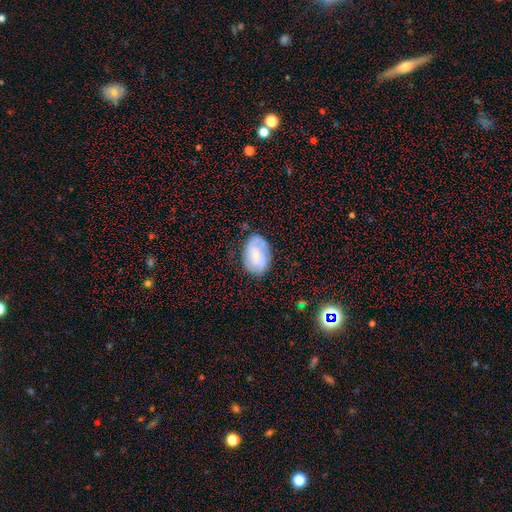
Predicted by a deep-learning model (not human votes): Smooth or featured: featured or disk — 59% (smooth — 34%)
Edge-on disk: no — 97% (yes — 3%)
Bar: no — 57% (weak — 35%)
Spiral arms: yes — 83% (no — 17%)
Bulge size: small — 67% (moderate — 26%)
Merging: none — 73% (minor disturbance — 20%)